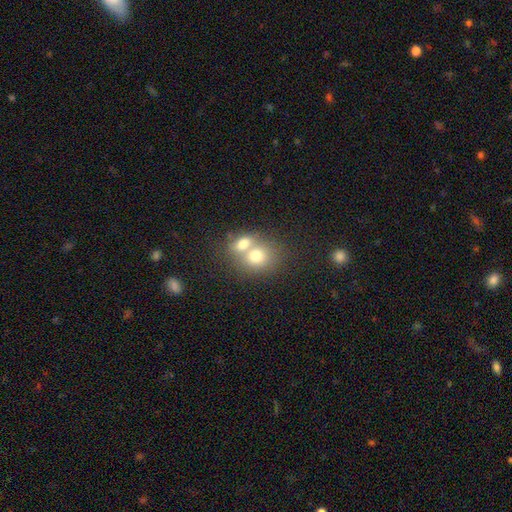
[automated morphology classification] smooth 72%, featured or disk 18%, star or artifact 10%. Down the decision tree: how rounded — round (62%); merging — merger (64%).